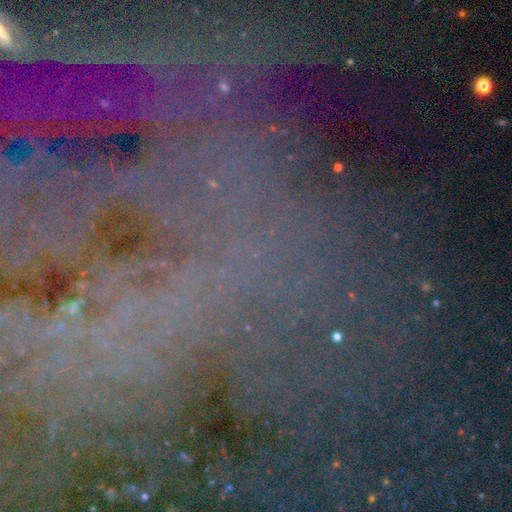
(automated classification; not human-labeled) star or artifact 68%, featured or disk 21%, smooth 12%.